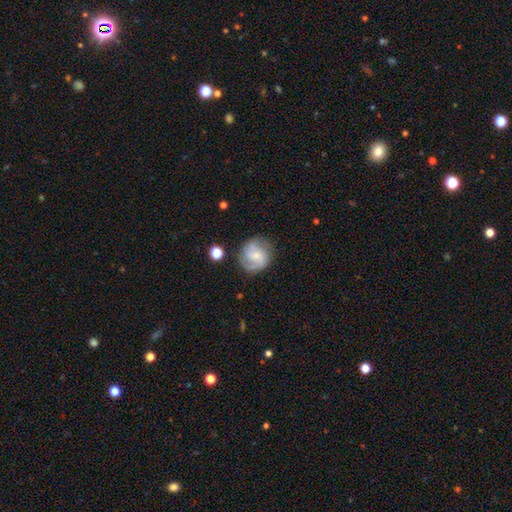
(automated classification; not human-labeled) Q: Smooth or featured?
A: featured or disk (63%); runner-up: smooth (29%)
Q: Edge-on disk?
A: no (98%); runner-up: yes (2%)
Q: Bar?
A: no (48%); runner-up: weak (42%)
Q: Spiral arms?
A: yes (90%); runner-up: no (10%)
Q: Spiral winding?
A: medium (47%); runner-up: tight (30%)
Q: Spiral arm count?
A: 2 (73%); runner-up: can't tell (13%)
Q: Bulge size?
A: small (55%); runner-up: moderate (31%)
Q: Merging?
A: none (72%); runner-up: minor disturbance (17%)